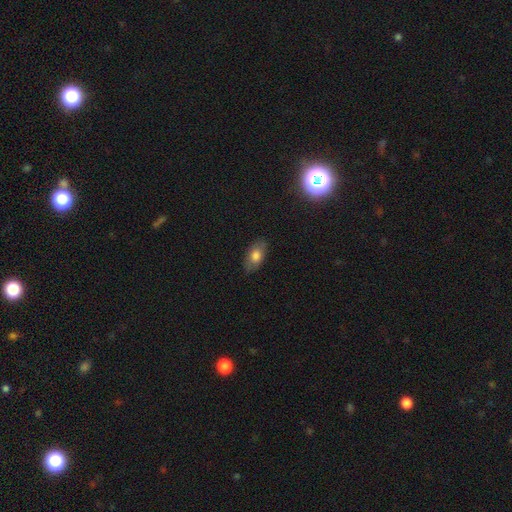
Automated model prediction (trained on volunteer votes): A smooth galaxy with no disk features (75%) that is in between round and cigar-shaped (91%). Merging: none (82%).